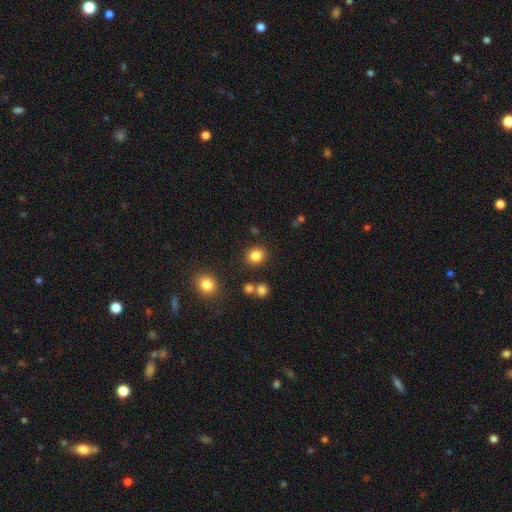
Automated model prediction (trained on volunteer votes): smooth_or_featured: smooth (p=0.84) [alt: star or artifact p=0.11]
how_rounded: round (p=0.75) [alt: in between p=0.25]
merging: none (p=0.85) [alt: minor disturbance p=0.08]